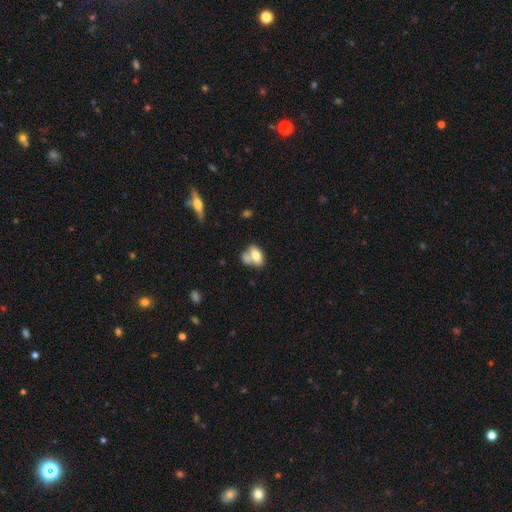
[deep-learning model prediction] Smooth or featured? smooth (71%)
How rounded? in between (80%)
Merging? merger (47%)